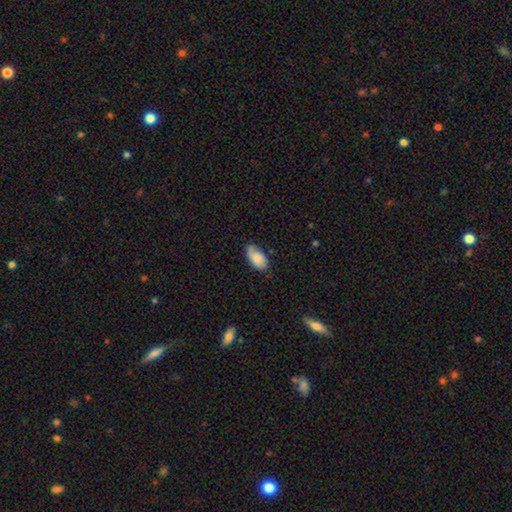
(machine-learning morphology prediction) A smooth galaxy with no disk features (76%) that is in between round and cigar-shaped (94%).

Vote fractions:
- Smooth or featured? smooth: 76% / featured or disk: 17% / star or artifact: 7%
- How rounded? in between: 94% / round: 3% / cigar-shaped: 3%
- Merging? none: 66% / minor disturbance: 27% / major disturbance: 6% / merger: 2%